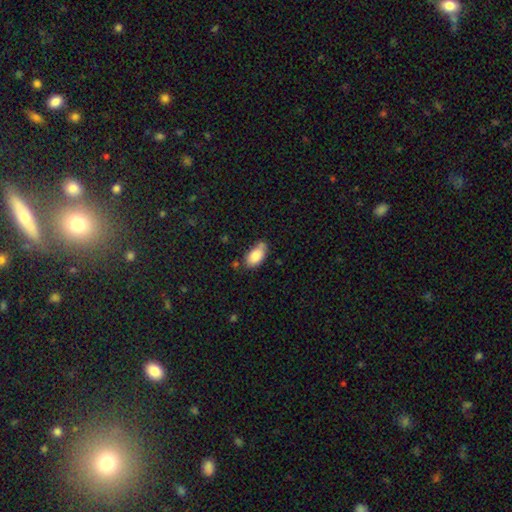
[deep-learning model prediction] A smooth galaxy with no disk features (84%) that is in between round and cigar-shaped (93%).

Vote fractions:
- Smooth or featured? smooth: 84% / featured or disk: 9% / star or artifact: 7%
- How rounded? in between: 93% / round: 4% / cigar-shaped: 3%
- Merging? none: 62% / minor disturbance: 26% / merger: 7% / major disturbance: 5%